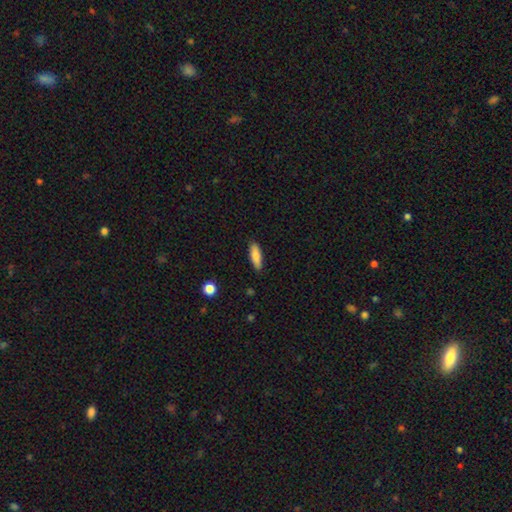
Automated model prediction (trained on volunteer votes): Smooth or featured? smooth (84%)
How rounded? cigar-shaped (50%)
Merging? none (88%)